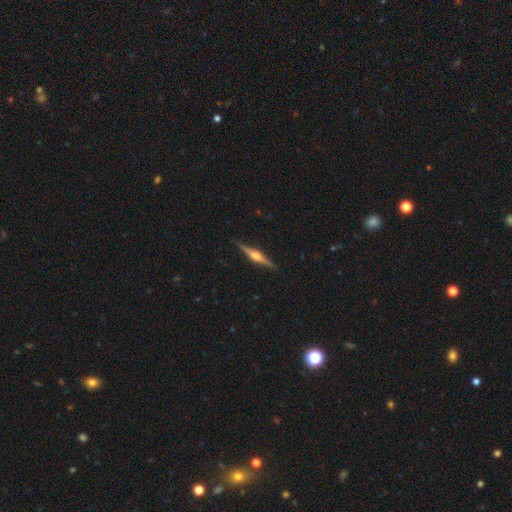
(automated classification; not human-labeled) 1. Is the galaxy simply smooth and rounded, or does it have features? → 80% featured or disk, 15% smooth, 5% star or artifact.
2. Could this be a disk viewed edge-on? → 98% yes, 2% no.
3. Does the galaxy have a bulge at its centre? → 89% rounded, 8% boxy, 3% none.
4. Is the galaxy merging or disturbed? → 91% none, 7% minor disturbance, 1% major disturbance, 1% merger.